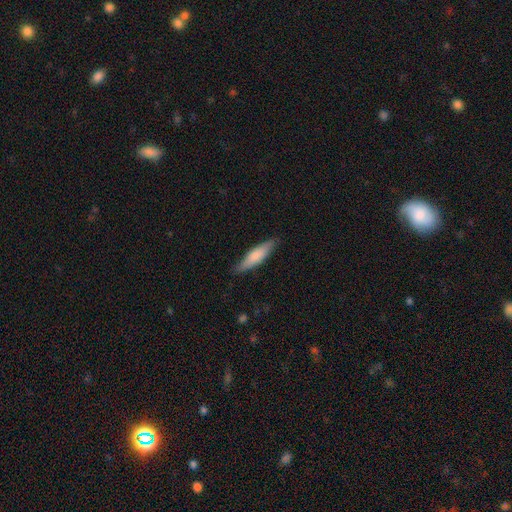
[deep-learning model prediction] Q: Smooth or featured?
A: smooth (72%); runner-up: featured or disk (22%)
Q: How rounded?
A: cigar-shaped (73%); runner-up: in between (26%)
Q: Merging?
A: none (85%); runner-up: minor disturbance (12%)